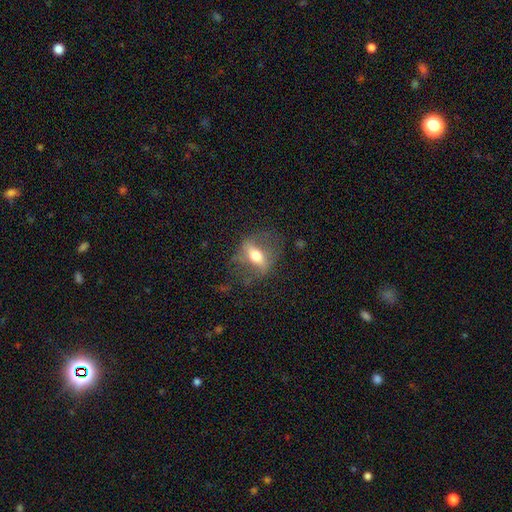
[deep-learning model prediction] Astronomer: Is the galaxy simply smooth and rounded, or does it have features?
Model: featured or disk — 59%.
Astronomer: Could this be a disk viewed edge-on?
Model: yes — 50%, tied with no at 50%.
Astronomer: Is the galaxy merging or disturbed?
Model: none — 65%.